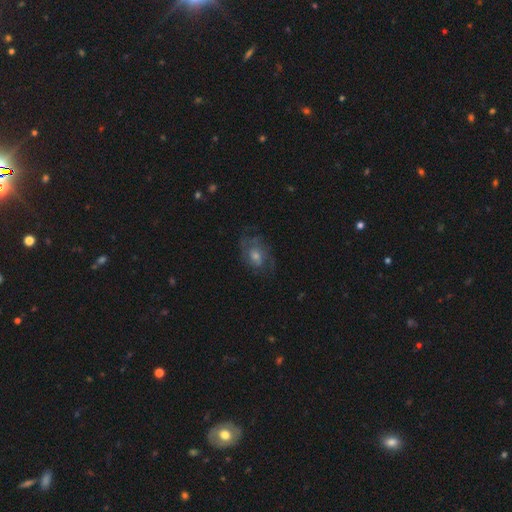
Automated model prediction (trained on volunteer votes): Smooth or featured?
  - featured or disk: 63% *
  - smooth: 23%
  - star or artifact: 14%
Edge-on disk?
  - no: 96% *
  - yes: 4%
Bar?
  - no: 67% *
  - weak: 29%
  - strong: 5%
Spiral arms?
  - yes: 81% *
  - no: 19%
Bulge size?
  - moderate: 53% *
  - small: 36%
  - large: 7%
  - none: 4%
  - dominant: 1%
Merging?
  - none: 68% *
  - minor disturbance: 19%
  - major disturbance: 12%
  - merger: 1%